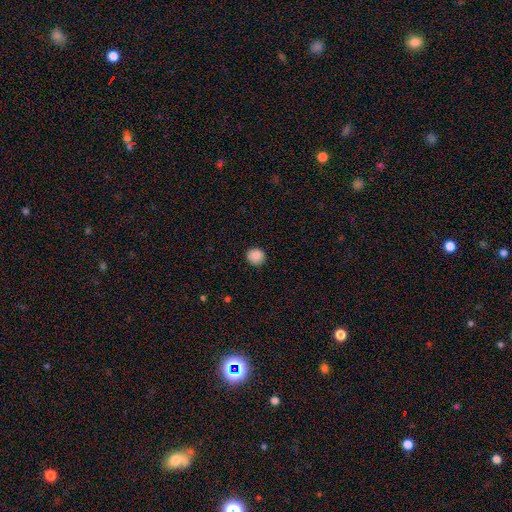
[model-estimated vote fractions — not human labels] A smooth galaxy with no disk features (89%) that is round (91%).

Vote fractions:
- Smooth or featured? smooth: 89% / star or artifact: 9% / featured or disk: 3%
- How rounded? round: 91% / in between: 8% / cigar-shaped: 1%
- Merging? none: 91% / minor disturbance: 6% / major disturbance: 2% / merger: 1%